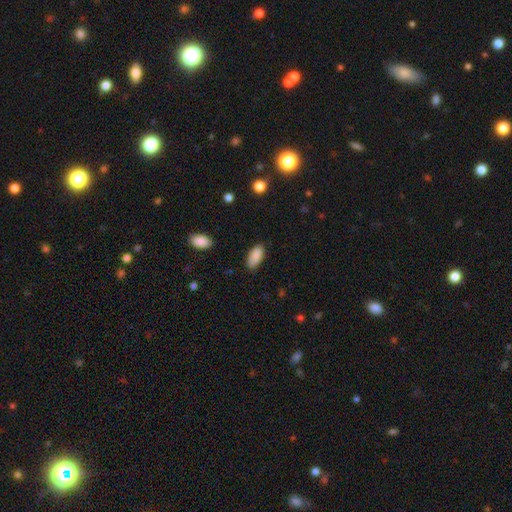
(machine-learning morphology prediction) Overall: smooth (89%). How rounded: in between (90%). Merging: none (83%).